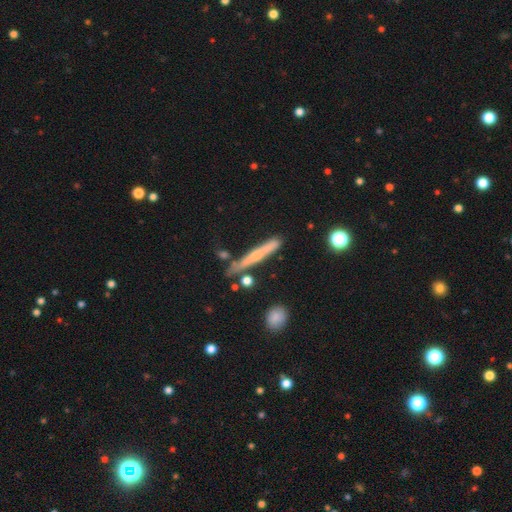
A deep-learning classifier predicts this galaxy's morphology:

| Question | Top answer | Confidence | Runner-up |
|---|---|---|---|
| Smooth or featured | featured or disk | 49% | smooth (44%) |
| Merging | none | 73% | minor disturbance (15%) |